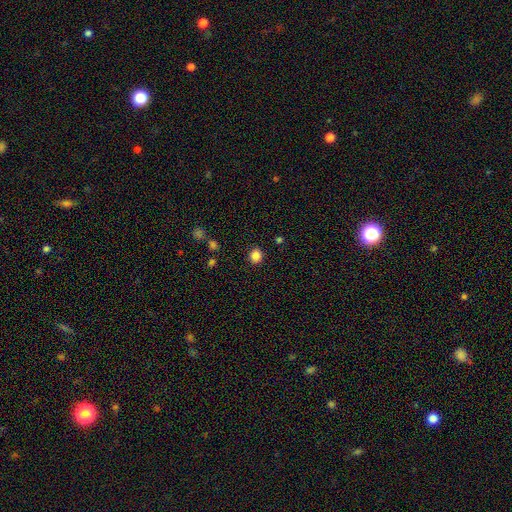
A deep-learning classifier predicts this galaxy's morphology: Smooth or featured? smooth (85%)
How rounded? round (80%)
Merging? none (90%)